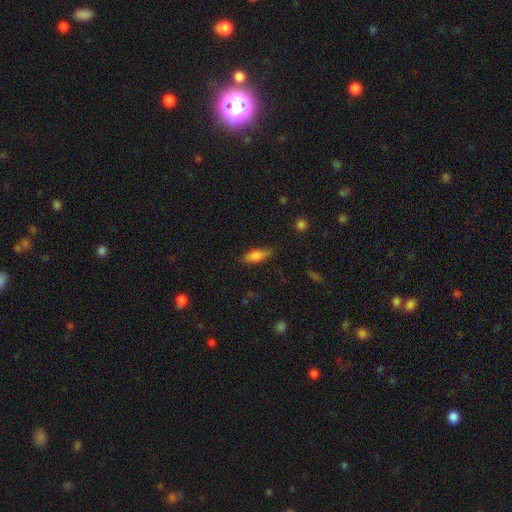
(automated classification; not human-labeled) This appears to be a smooth galaxy with no disk features (77%) that is in between round and cigar-shaped (64%). Merging: none (79%).